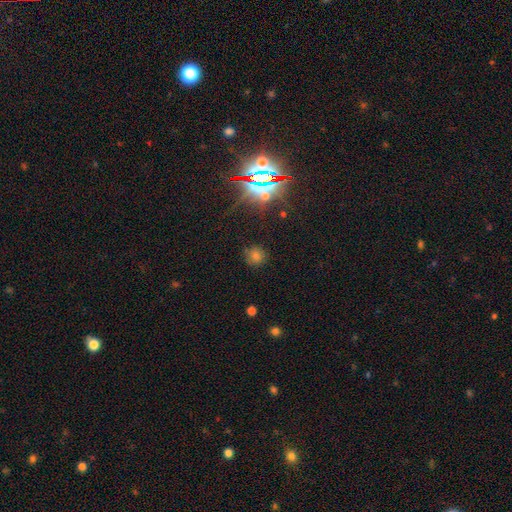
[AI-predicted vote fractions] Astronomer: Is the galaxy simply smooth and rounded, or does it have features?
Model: smooth — 47% (runner-up: star or artifact, 43%).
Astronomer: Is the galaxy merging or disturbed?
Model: none — 85%.